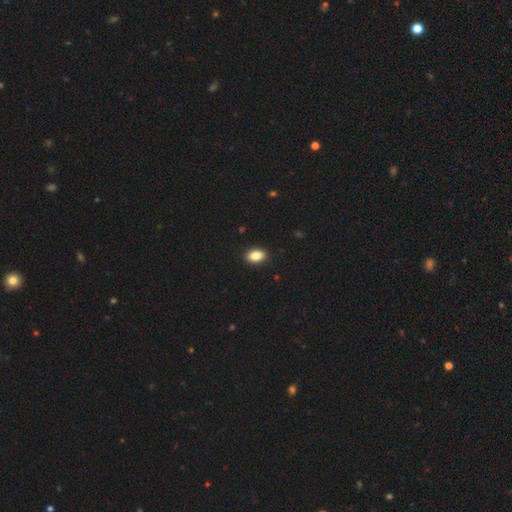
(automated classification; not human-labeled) Overall: smooth (86%). How rounded: in between (86%). Merging: none (91%).